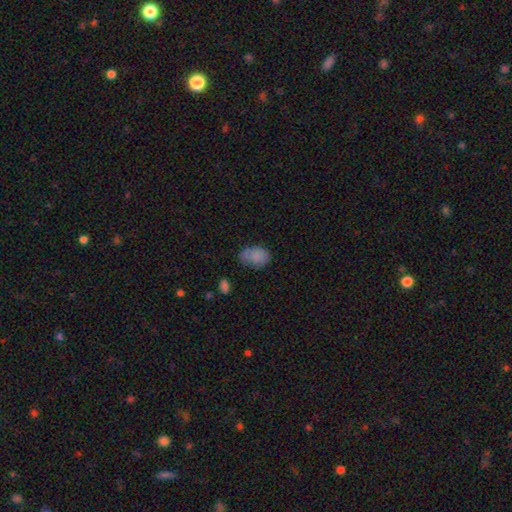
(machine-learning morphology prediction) The model was most divided on "merging": none: 59%, minor disturbance: 29%, major disturbance: 8%, merger: 4%. More confident: how rounded — in between (82%); smooth or featured — smooth (82%).